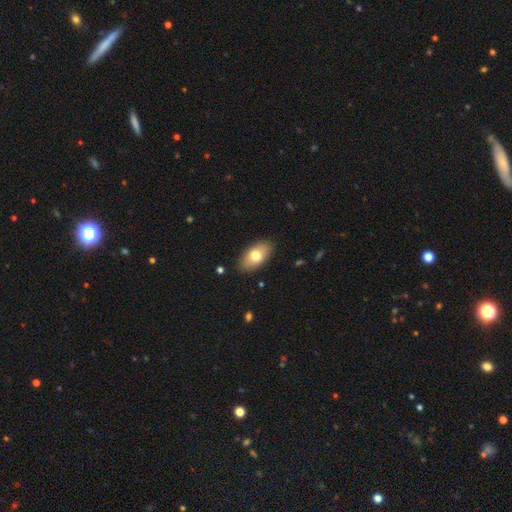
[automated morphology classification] A smooth galaxy with no disk features (74%) that is in between round and cigar-shaped (93%). Merging: none (87%).